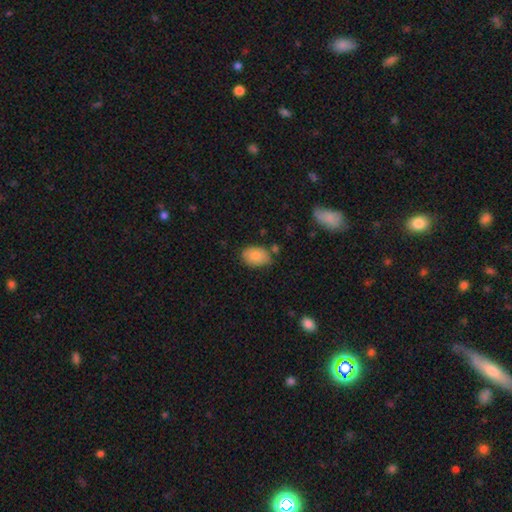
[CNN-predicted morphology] type=smooth (83%); roundness=in between (85%); merging=none (69%).